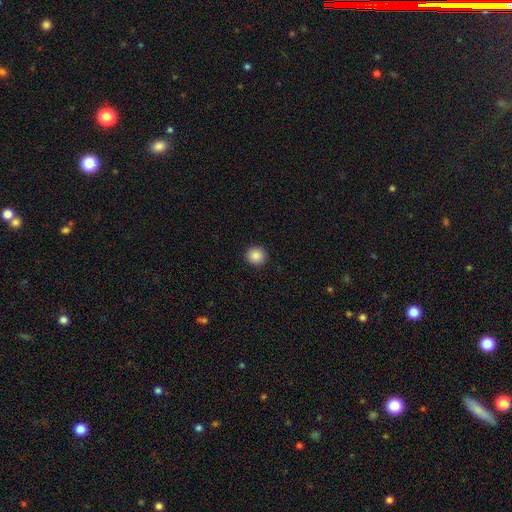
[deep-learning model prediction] A smooth galaxy with no disk features (88%) that is round (94%).

Vote fractions:
- Smooth or featured? smooth: 88% / star or artifact: 9% / featured or disk: 3%
- How rounded? round: 94% / in between: 5% / cigar-shaped: 1%
- Merging? none: 93% / minor disturbance: 5% / major disturbance: 2% / merger: 1%